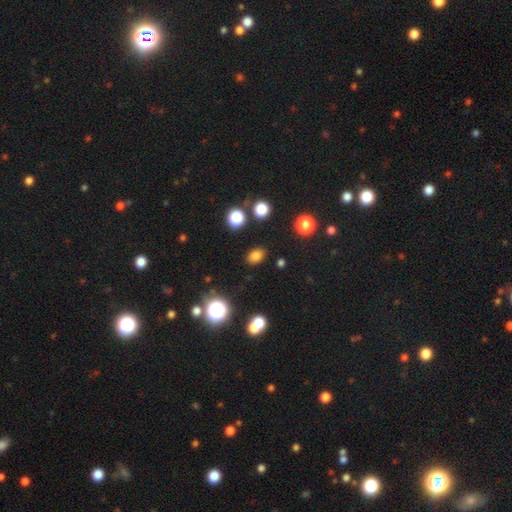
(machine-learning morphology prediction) Overall: smooth (78%). How rounded: in between (74%). Merging: none (84%).